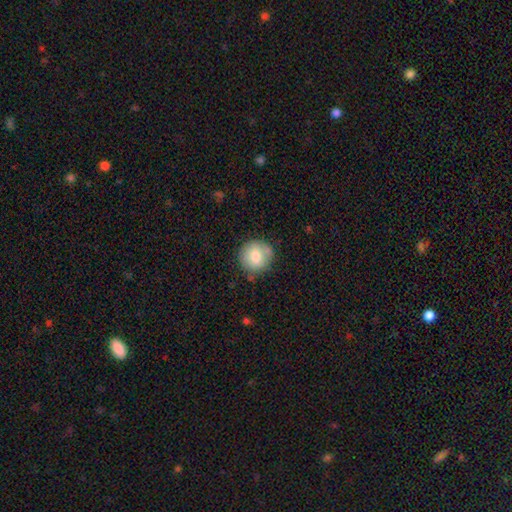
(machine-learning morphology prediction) type=smooth (75%); roundness=round (92%); merging=none (77%).